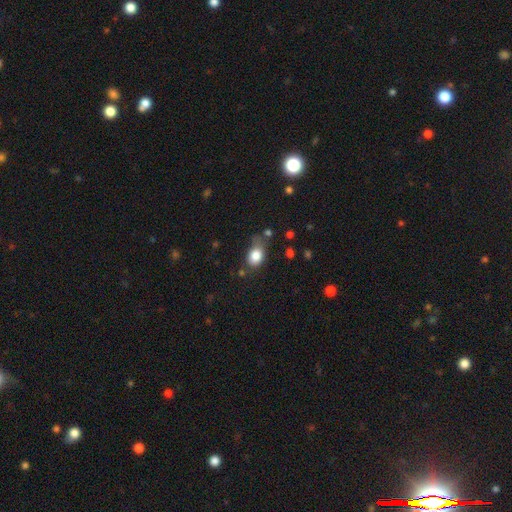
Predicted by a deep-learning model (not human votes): This appears to be a smooth galaxy with no disk features (83%) that is in between round and cigar-shaped (65%). Merging: none (54%).